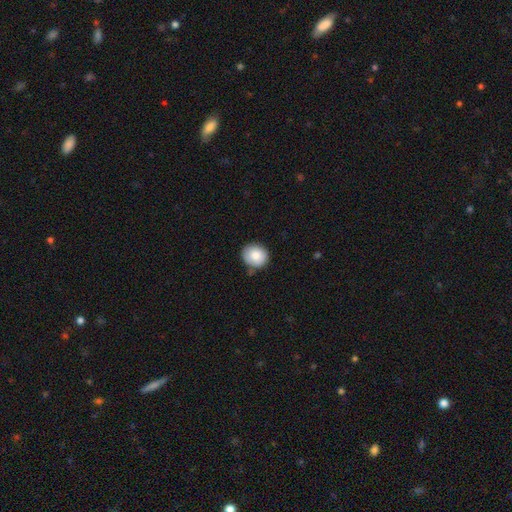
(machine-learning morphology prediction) Overall: smooth (83%). How rounded: round (80%). Merging: none (78%).